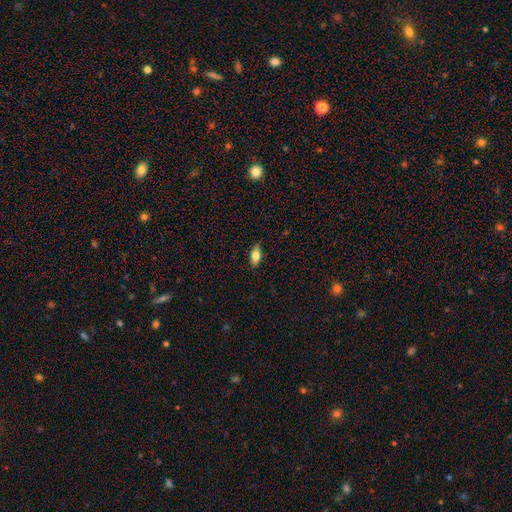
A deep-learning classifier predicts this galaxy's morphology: smooth-or-featured: smooth: 76% | featured or disk: 17% | star or artifact: 8%
  how-rounded: in between: 84% | cigar-shaped: 12% | round: 4%
  merging: none: 86% | minor disturbance: 11% | major disturbance: 2% | merger: 1%